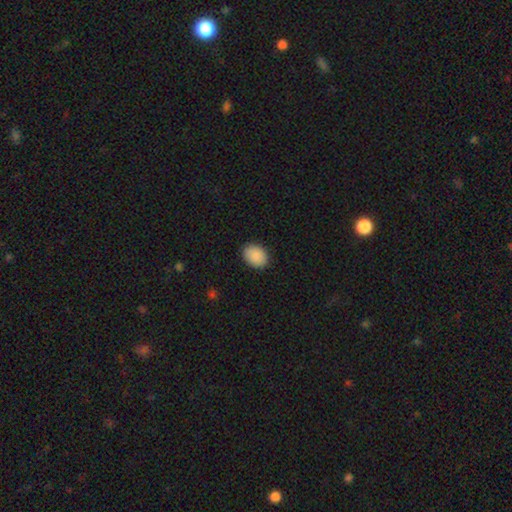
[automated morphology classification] smooth-or-featured: smooth: 90% | star or artifact: 7% | featured or disk: 3%
  how-rounded: in between: 68% | round: 31% | cigar-shaped: 1%
  merging: none: 88% | minor disturbance: 9% | major disturbance: 2% | merger: 1%